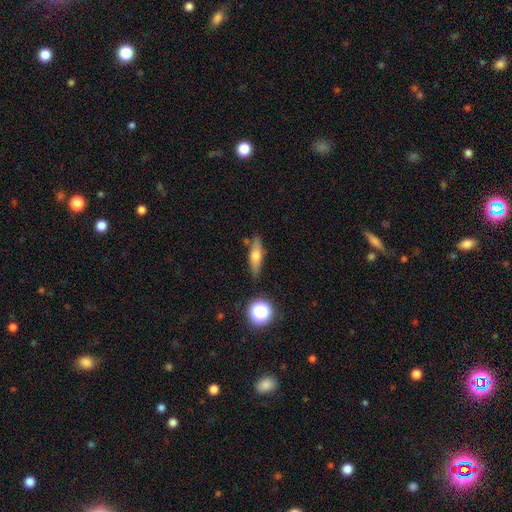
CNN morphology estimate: The model was most divided on "smooth or featured": smooth: 54%, featured or disk: 36%, star or artifact: 9%. More confident: merging — none (81%); how rounded — cigar-shaped (56%).